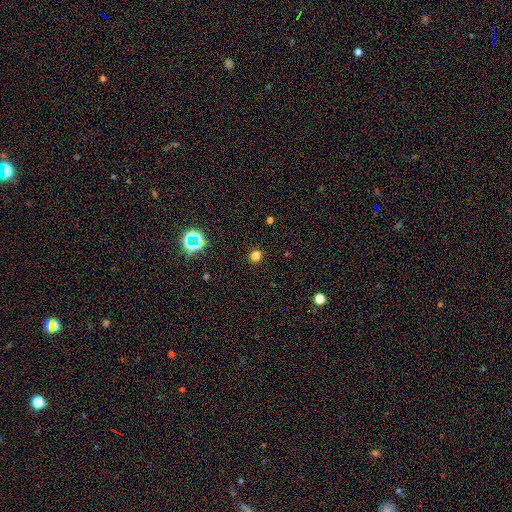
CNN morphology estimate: smooth_or_featured: smooth (p=0.76) [alt: star or artifact p=0.19]
how_rounded: round (p=0.70) [alt: in between p=0.29]
merging: none (p=0.89) [alt: minor disturbance p=0.07]